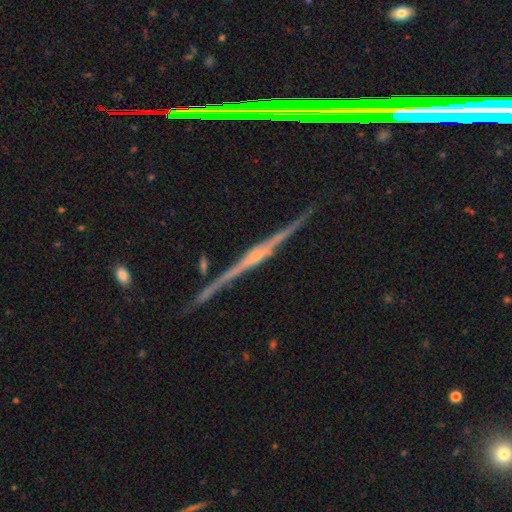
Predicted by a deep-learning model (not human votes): The model was most divided on "edge-on bulge": rounded: 68%, none: 17%, boxy: 16%. More confident: edge-on disk — yes (98%); merging — none (89%); smooth or featured — featured or disk (83%).